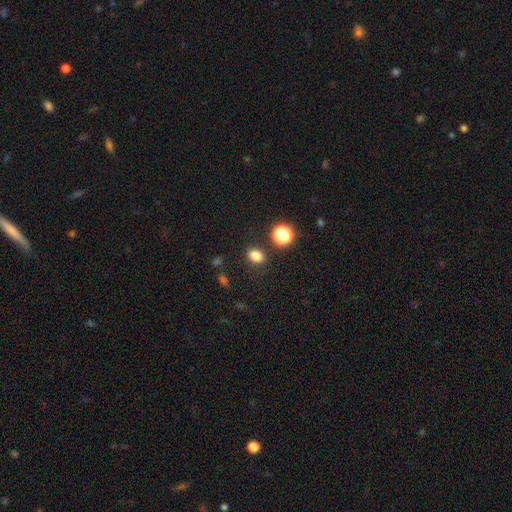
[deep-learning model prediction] This is clearly a smooth galaxy (80%). How rounded: likely in between (61%). Merging: clearly none (83%).